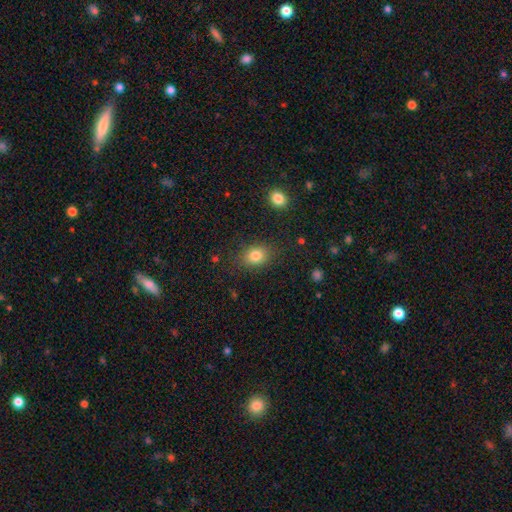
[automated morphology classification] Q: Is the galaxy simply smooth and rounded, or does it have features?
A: smooth — 82%.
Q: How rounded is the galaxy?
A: in between — 59%.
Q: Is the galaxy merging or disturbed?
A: none — 82%.